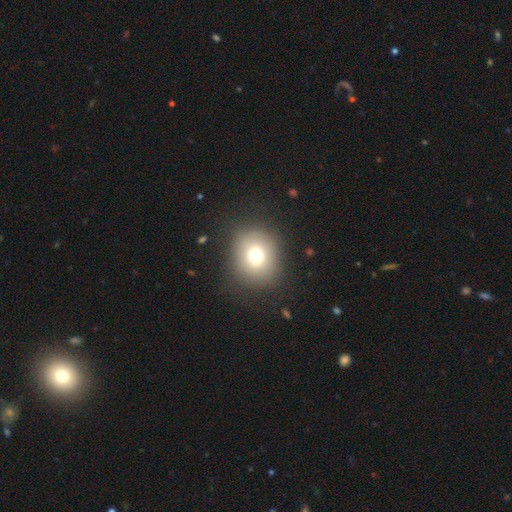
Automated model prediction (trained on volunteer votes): This is likely a smooth galaxy (73%). How rounded: likely round (78%). Merging: clearly none (85%).